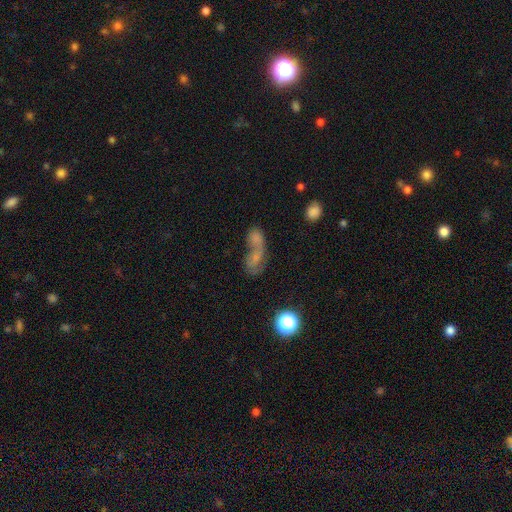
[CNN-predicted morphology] Smooth or featured?
  - smooth: 46% *
  - featured or disk: 34%
  - star or artifact: 19%
Merging?
  - merger: 63% *
  - none: 19%
  - major disturbance: 9%
  - minor disturbance: 8%